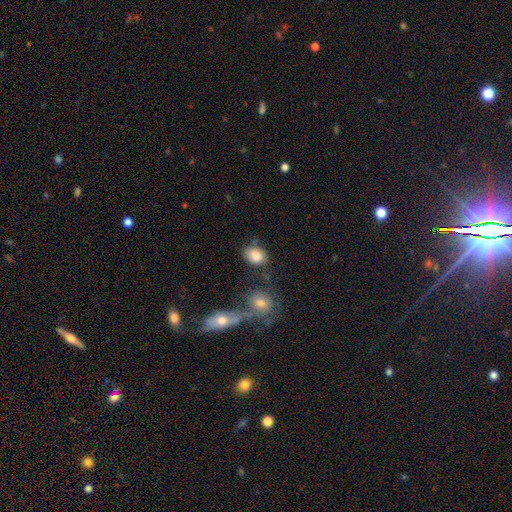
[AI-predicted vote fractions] The model was most divided on "merging": none: 62%, minor disturbance: 21%, merger: 11%, major disturbance: 7%. More confident: smooth or featured — smooth (85%); how rounded — in between (76%).